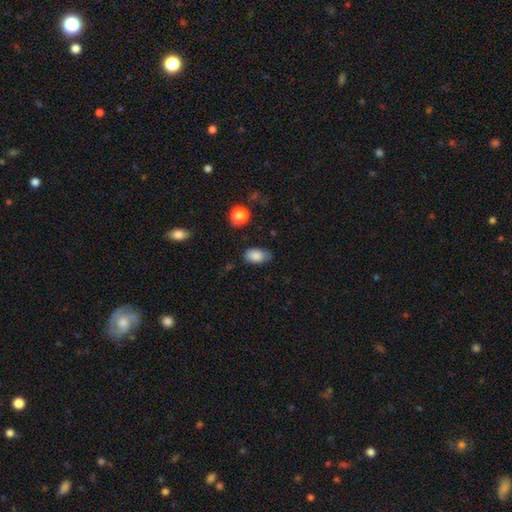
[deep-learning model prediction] Smooth or featured: smooth — 86% (star or artifact — 9%)
How rounded: in between — 90% (round — 9%)
Merging: none — 72% (minor disturbance — 22%)